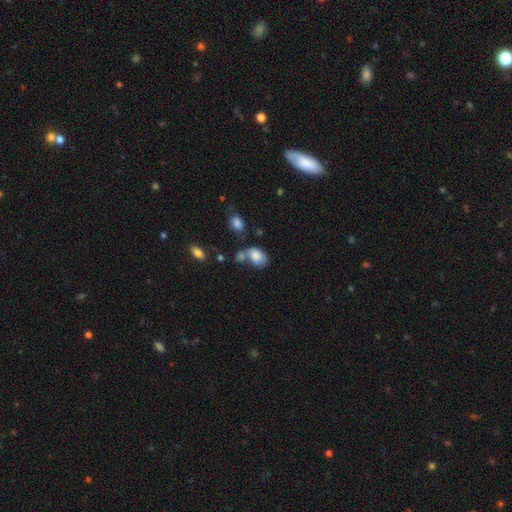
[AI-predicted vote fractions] smooth_or_featured: smooth (p=0.78) [alt: featured or disk p=0.13]
how_rounded: in between (p=0.84) [alt: round p=0.15]
merging: none (p=0.37) [alt: merger p=0.32]